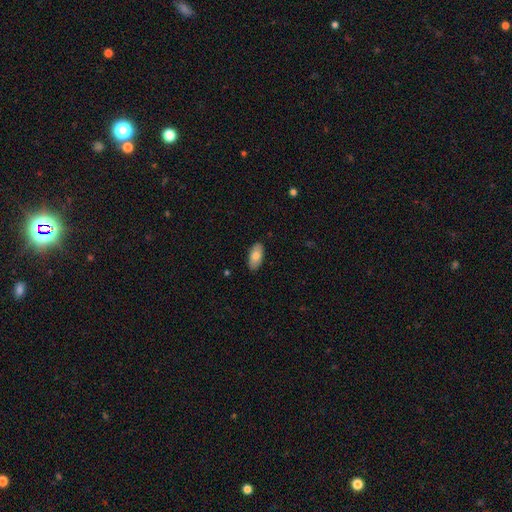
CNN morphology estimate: A smooth galaxy with no disk features (76%) that is in between round and cigar-shaped (94%).

Vote fractions:
- Smooth or featured? smooth: 76% / featured or disk: 18% / star or artifact: 6%
- How rounded? in between: 94% / cigar-shaped: 4% / round: 3%
- Merging? none: 88% / minor disturbance: 9% / major disturbance: 2% / merger: 1%